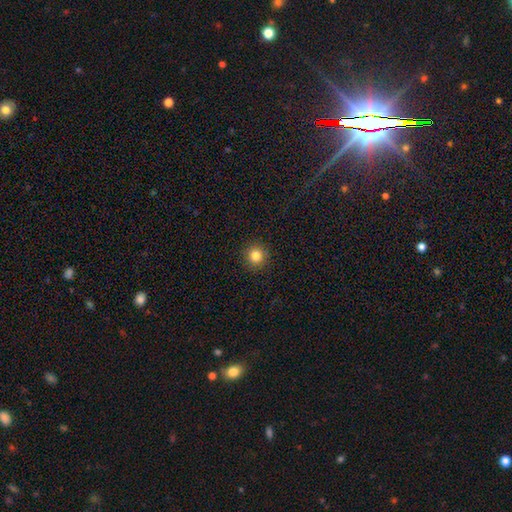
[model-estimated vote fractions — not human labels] Overall: smooth (83%). How rounded: round (94%). Merging: none (92%).